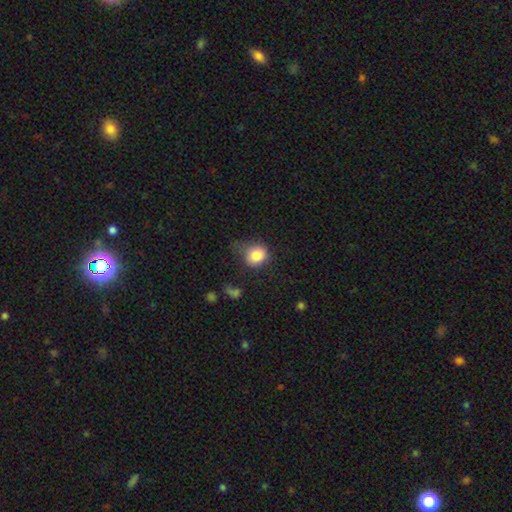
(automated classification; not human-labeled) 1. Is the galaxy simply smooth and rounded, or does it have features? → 83% smooth, 10% star or artifact, 8% featured or disk.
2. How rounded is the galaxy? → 73% round, 26% in between, 1% cigar-shaped.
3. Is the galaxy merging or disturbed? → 47% none, 33% minor disturbance, 17% major disturbance, 4% merger.